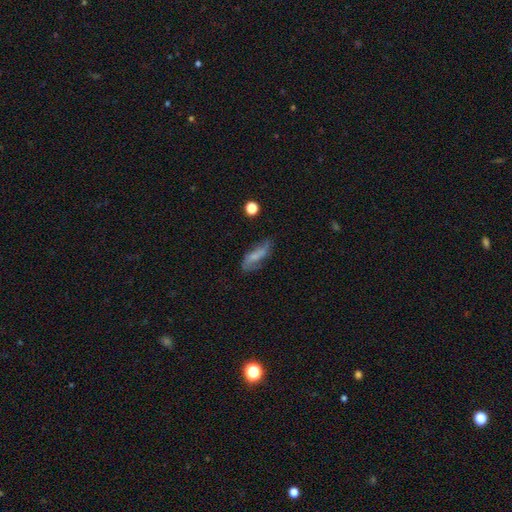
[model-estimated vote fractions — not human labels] smooth_or_featured: smooth (p=0.46) [alt: featured or disk p=0.45]
merging: none (p=0.60) [alt: minor disturbance p=0.26]